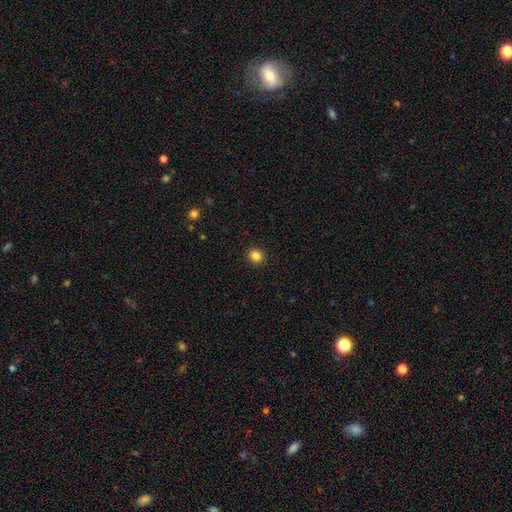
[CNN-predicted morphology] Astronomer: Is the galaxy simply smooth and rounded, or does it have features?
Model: smooth — 84%.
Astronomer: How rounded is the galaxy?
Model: round — 86%.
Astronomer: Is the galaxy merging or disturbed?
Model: none — 92%.